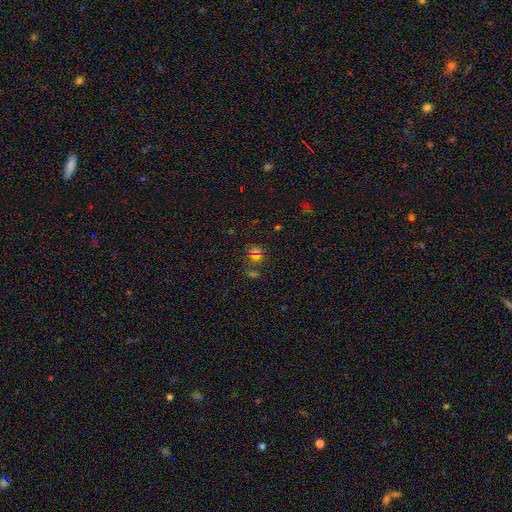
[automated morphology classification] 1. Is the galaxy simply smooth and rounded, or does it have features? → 50% smooth, 40% star or artifact, 11% featured or disk.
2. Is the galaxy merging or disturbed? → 65% none, 15% merger, 12% minor disturbance, 7% major disturbance.